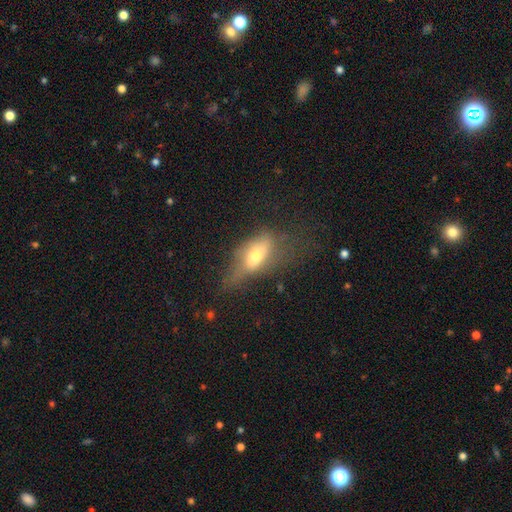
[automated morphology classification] Smooth or featured: smooth — 55% (featured or disk — 35%)
How rounded: in between — 75% (cigar-shaped — 20%)
Merging: none — 35% (major disturbance — 31%)